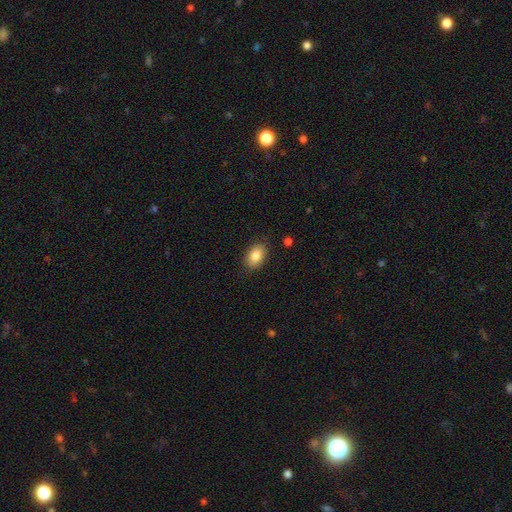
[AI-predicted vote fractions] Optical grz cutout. It shows a smooth galaxy with no disk features (85%) that is in between round and cigar-shaped (87%). Merging: none (86%).